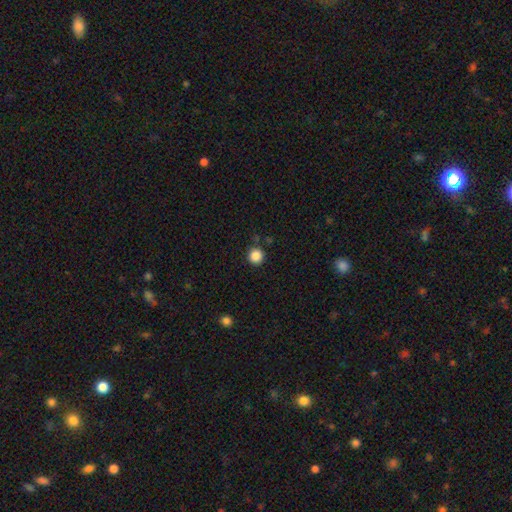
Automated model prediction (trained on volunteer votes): A smooth galaxy with no disk features (86%) that is round (96%). Merging: none (89%).